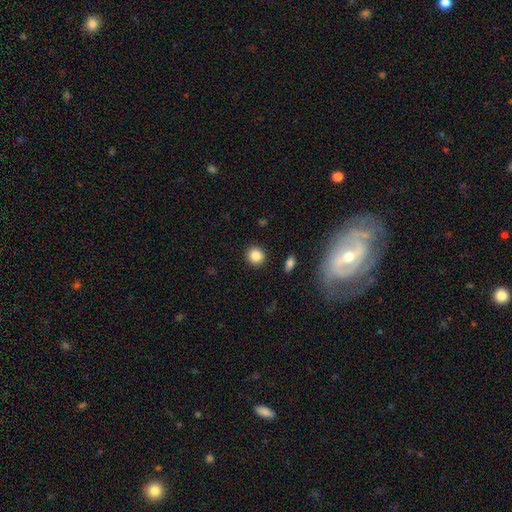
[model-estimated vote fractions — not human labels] A smooth galaxy with no disk features (86%) that is round (90%). Merging: none (91%).